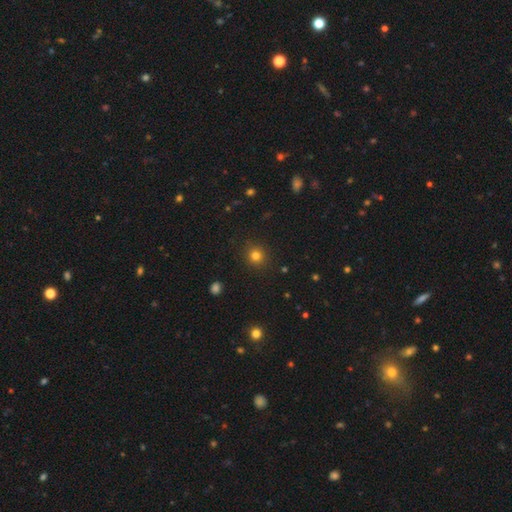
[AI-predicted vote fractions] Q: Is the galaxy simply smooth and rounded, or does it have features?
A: smooth — 80%.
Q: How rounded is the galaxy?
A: round — 91%.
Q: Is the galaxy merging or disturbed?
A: none — 90%.